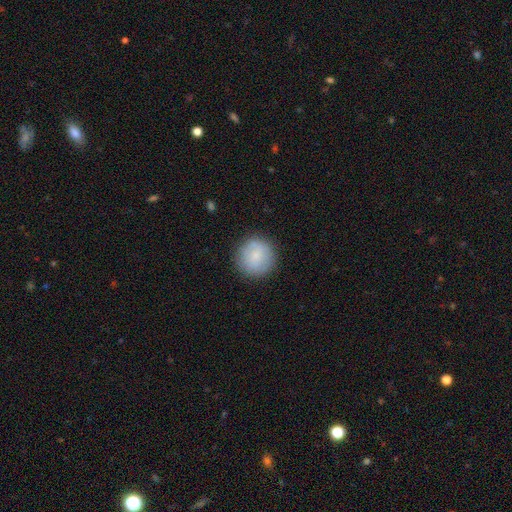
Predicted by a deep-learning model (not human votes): The model was most divided on "smooth or featured": smooth: 80%, featured or disk: 13%, star or artifact: 7%. More confident: how rounded — round (94%); merging — none (87%).